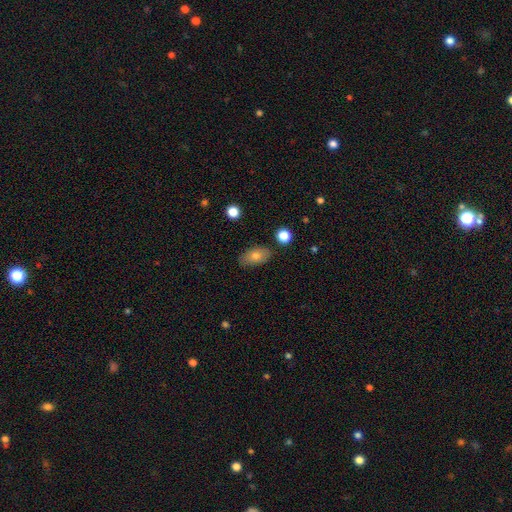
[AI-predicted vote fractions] smooth_or_featured: smooth (p=0.76) [alt: featured or disk p=0.16]
how_rounded: in between (p=0.90) [alt: round p=0.07]
merging: none (p=0.84) [alt: minor disturbance p=0.11]